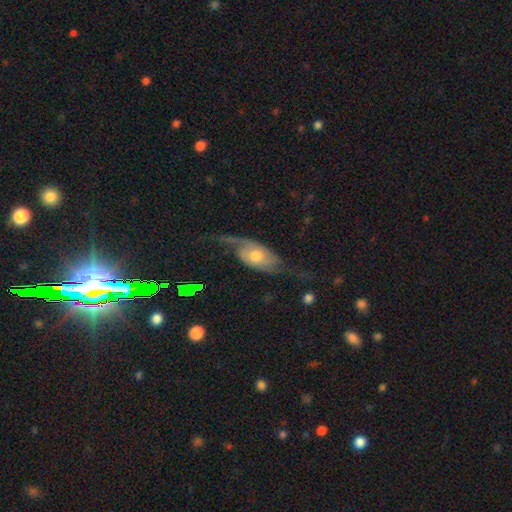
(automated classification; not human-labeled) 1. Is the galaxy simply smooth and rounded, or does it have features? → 65% featured or disk, 28% smooth, 7% star or artifact.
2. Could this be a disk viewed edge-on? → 87% no, 13% yes.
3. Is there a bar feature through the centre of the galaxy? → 72% no, 23% weak, 6% strong.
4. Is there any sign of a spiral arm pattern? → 83% yes, 17% no.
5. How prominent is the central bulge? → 67% moderate, 16% small, 13% large, 2% dominant, 2% none.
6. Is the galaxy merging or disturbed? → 43% none, 33% major disturbance, 21% minor disturbance, 3% merger.